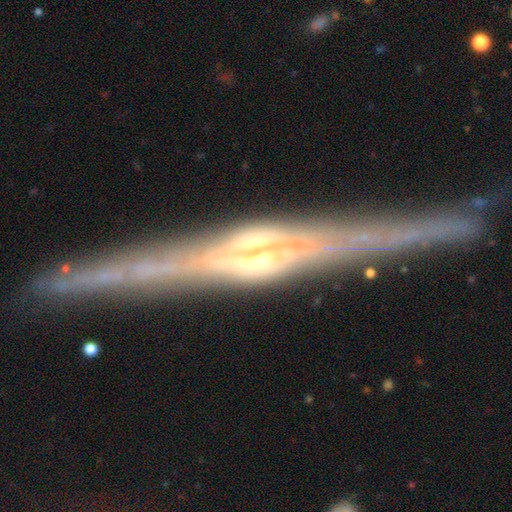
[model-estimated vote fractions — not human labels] smooth-or-featured: featured or disk: 87% | star or artifact: 7% | smooth: 6%
  disk-edge-on: yes: 97% | no: 3%
    edge-on-bulge: rounded: 64% | boxy: 21% | none: 15%
  merging: none: 86% | minor disturbance: 10% | major disturbance: 2% | merger: 2%